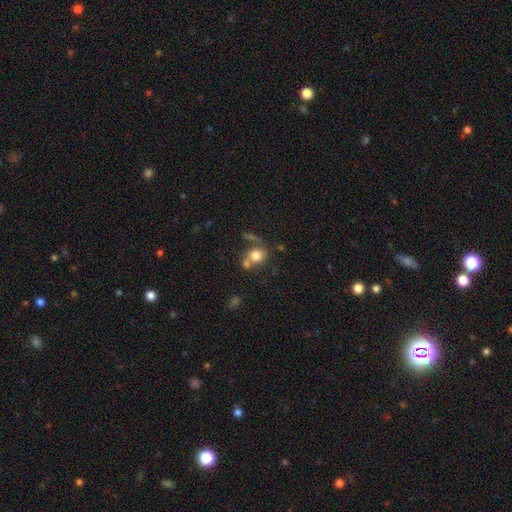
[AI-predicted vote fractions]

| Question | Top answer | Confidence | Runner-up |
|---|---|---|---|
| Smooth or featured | smooth | 76% | featured or disk (13%) |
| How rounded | round | 69% | in between (29%) |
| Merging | none | 43% | merger (36%) |